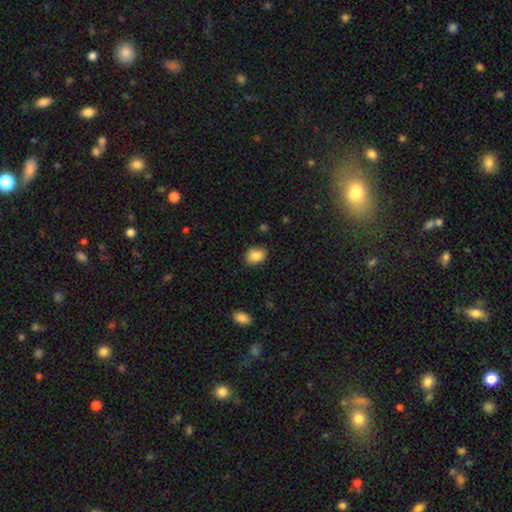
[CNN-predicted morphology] This is clearly a smooth galaxy (86%). How rounded: likely in between (70%). Merging: clearly none (83%).